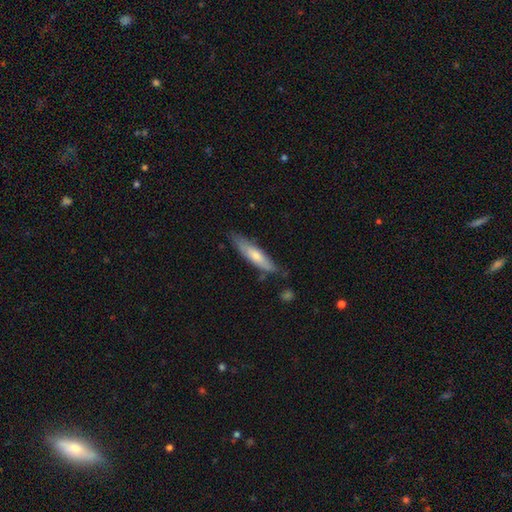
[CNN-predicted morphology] Smooth or featured? smooth (64%)
How rounded? cigar-shaped (81%)
Merging? none (75%)